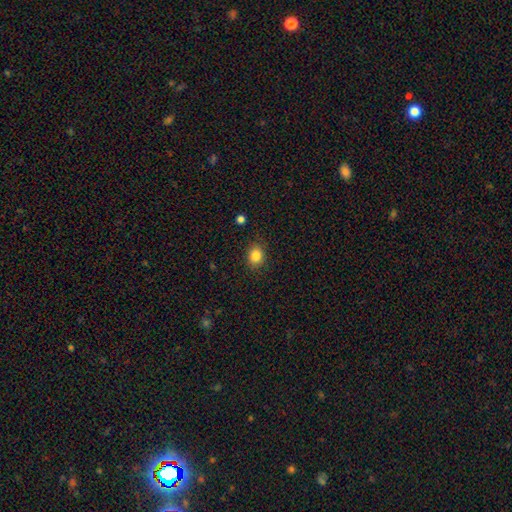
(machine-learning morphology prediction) A smooth galaxy with no disk features (84%) that is round (56%).

Vote fractions:
- Smooth or featured? smooth: 84% / star or artifact: 10% / featured or disk: 5%
- How rounded? round: 56% / in between: 43% / cigar-shaped: 1%
- Merging? none: 86% / minor disturbance: 10% / major disturbance: 3% / merger: 1%